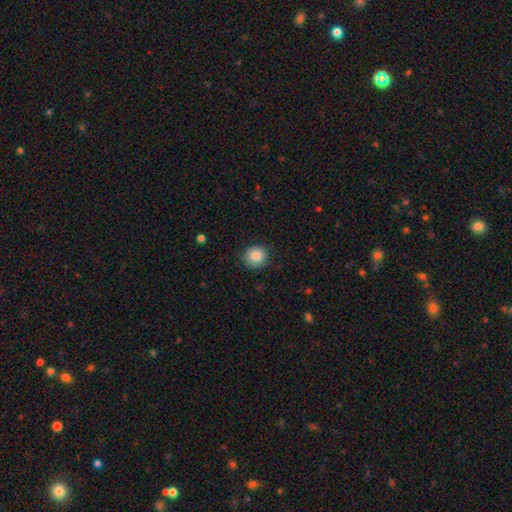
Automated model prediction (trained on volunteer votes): Smooth or featured?
  - smooth: 86% *
  - star or artifact: 9%
  - featured or disk: 5%
How rounded?
  - round: 89% *
  - in between: 10%
  - cigar-shaped: 1%
Merging?
  - none: 85% *
  - minor disturbance: 11%
  - major disturbance: 2%
  - merger: 1%